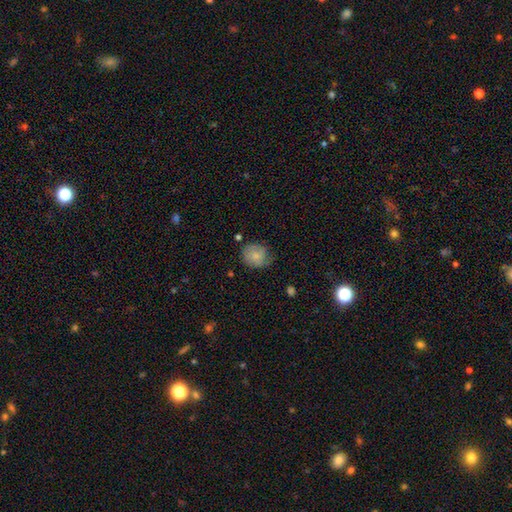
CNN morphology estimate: This appears to be a smooth galaxy with no disk features (69%) that is round (75%). Merging: none (62%).